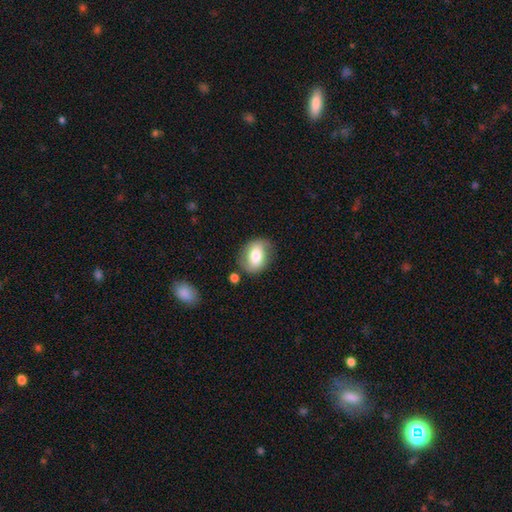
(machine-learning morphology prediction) Smooth or featured?
  - smooth: 64% *
  - featured or disk: 29%
  - star or artifact: 7%
How rounded?
  - in between: 69% *
  - round: 29%
  - cigar-shaped: 2%
Merging?
  - none: 73% *
  - minor disturbance: 17%
  - major disturbance: 5%
  - merger: 4%